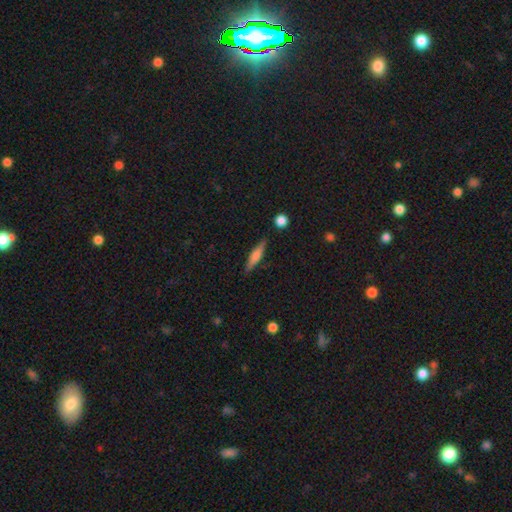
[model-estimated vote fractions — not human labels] A smooth galaxy with no disk features (53%) that is cigar-shaped (83%). Merging: none (87%).